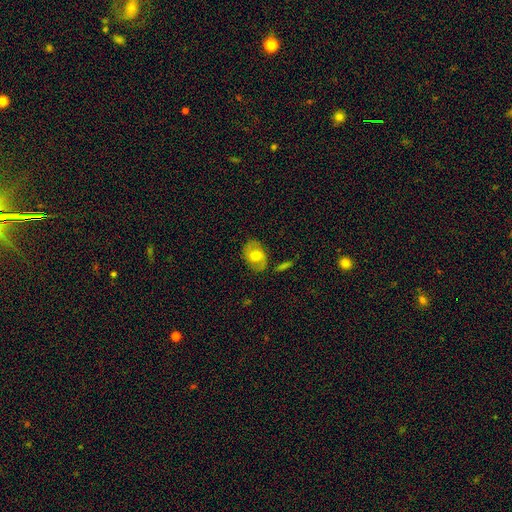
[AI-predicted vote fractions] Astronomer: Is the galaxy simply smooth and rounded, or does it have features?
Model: smooth — 52% (runner-up: featured or disk, 40%).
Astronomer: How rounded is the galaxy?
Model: in between — 72%.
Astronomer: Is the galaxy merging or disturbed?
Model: none — 76%.